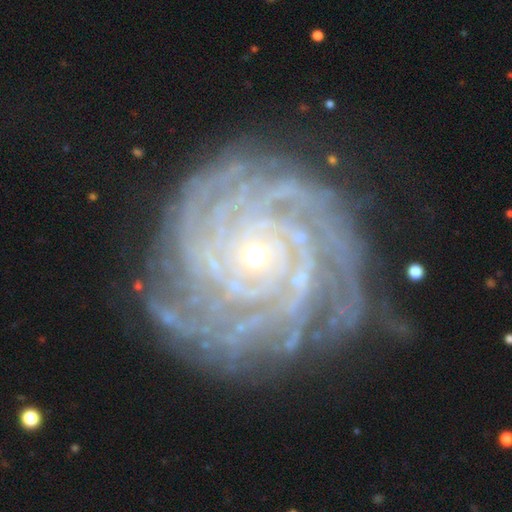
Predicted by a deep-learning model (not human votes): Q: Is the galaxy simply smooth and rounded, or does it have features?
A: featured or disk — 90%.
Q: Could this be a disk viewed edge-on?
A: no — 97%.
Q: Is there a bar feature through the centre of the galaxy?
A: no — 79%.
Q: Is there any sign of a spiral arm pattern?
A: yes — 97%.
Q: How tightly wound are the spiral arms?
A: tight — 84%.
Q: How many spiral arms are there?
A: more than 4 — 30%.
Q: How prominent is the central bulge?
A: small — 70%.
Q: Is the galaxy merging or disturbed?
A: none — 73%.